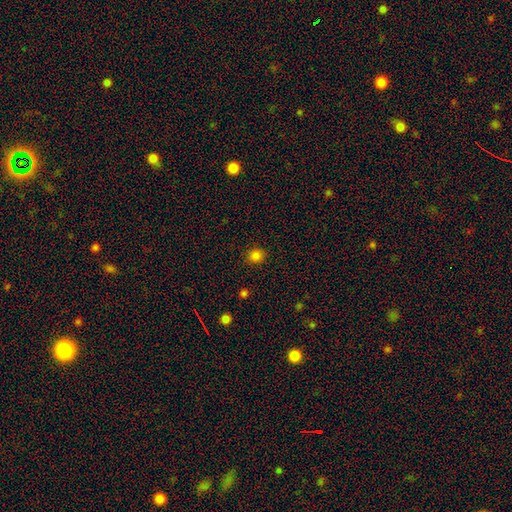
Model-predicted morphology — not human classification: type=smooth (83%); roundness=round (84%); merging=none (90%).